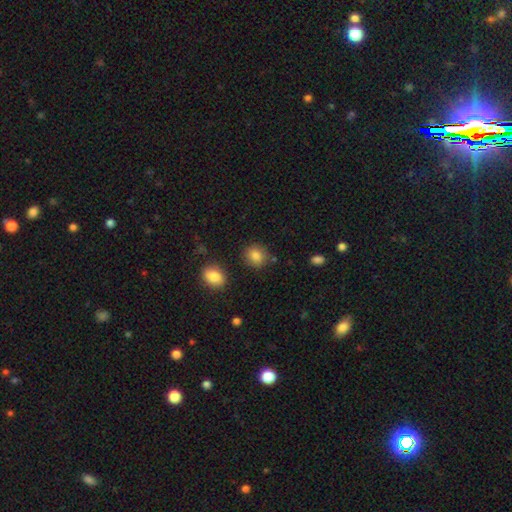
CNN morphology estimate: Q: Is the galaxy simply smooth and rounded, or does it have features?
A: smooth — 84%.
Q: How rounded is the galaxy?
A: round — 77%.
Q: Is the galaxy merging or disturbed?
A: none — 83%.